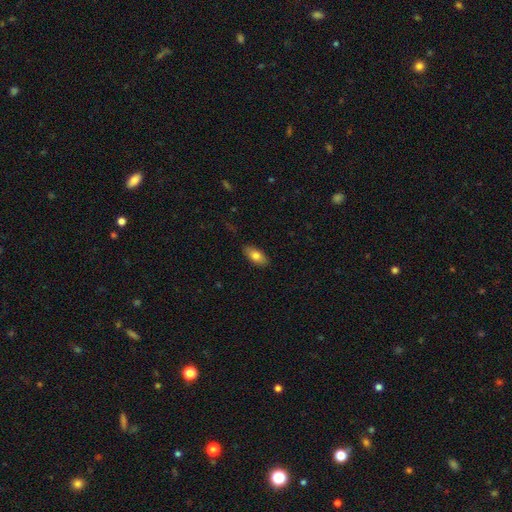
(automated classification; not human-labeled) smooth_or_featured: smooth (p=0.79) [alt: featured or disk p=0.14]
how_rounded: in between (p=0.88) [alt: cigar-shaped p=0.09]
merging: none (p=0.86) [alt: minor disturbance p=0.11]